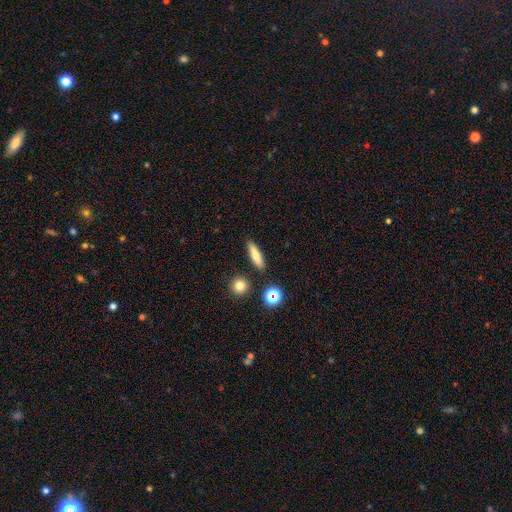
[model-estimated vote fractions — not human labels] Smooth or featured?
  - smooth: 75% *
  - featured or disk: 16%
  - star or artifact: 10%
How rounded?
  - cigar-shaped: 67% *
  - in between: 28%
  - round: 5%
Merging?
  - none: 87% *
  - minor disturbance: 8%
  - merger: 3%
  - major disturbance: 2%